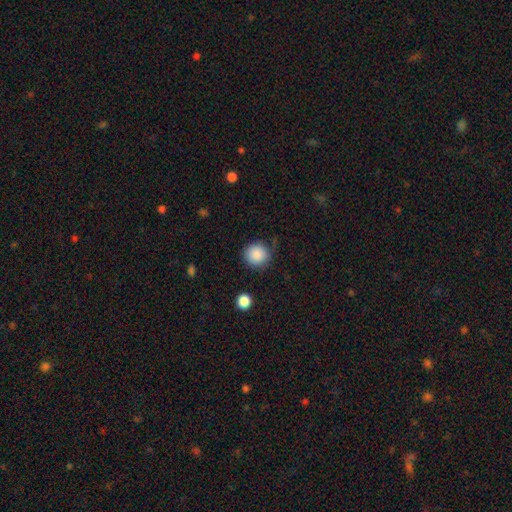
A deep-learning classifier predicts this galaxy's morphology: Smooth or featured: smooth — 88% (star or artifact — 9%)
How rounded: round — 94% (in between — 5%)
Merging: none — 83% (minor disturbance — 12%)